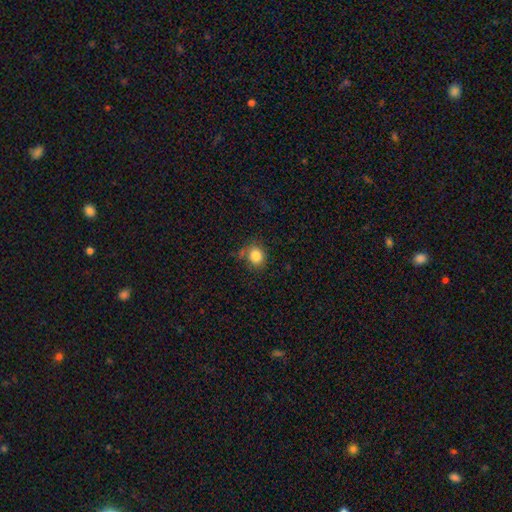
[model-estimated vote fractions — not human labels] Smooth or featured?
  - smooth: 84% *
  - star or artifact: 10%
  - featured or disk: 6%
How rounded?
  - round: 75% *
  - in between: 24%
  - cigar-shaped: 1%
Merging?
  - none: 72% *
  - minor disturbance: 18%
  - major disturbance: 6%
  - merger: 5%